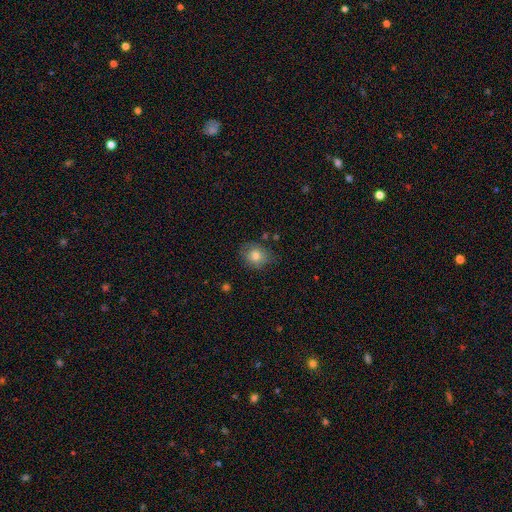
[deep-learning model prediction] This is likely a smooth galaxy (79%). How rounded: likely round (66%). Merging: likely none (72%).